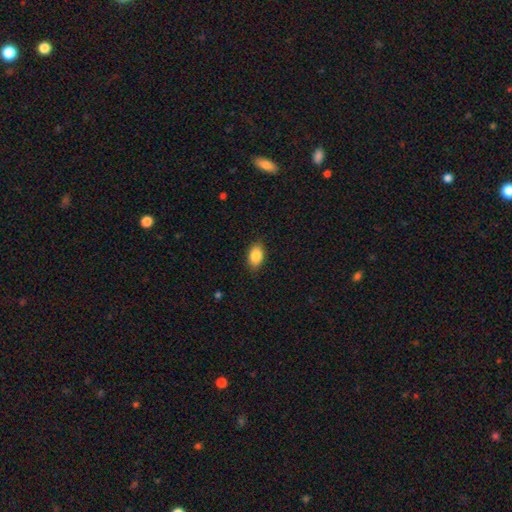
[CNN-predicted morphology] Smooth or featured? smooth (86%)
How rounded? in between (89%)
Merging? none (86%)